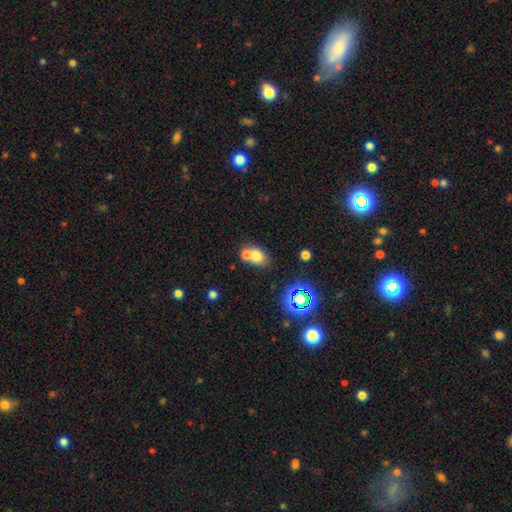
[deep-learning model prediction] A smooth galaxy with no disk features (71%) that is in between round and cigar-shaped (51%). Merging: merger (47%).